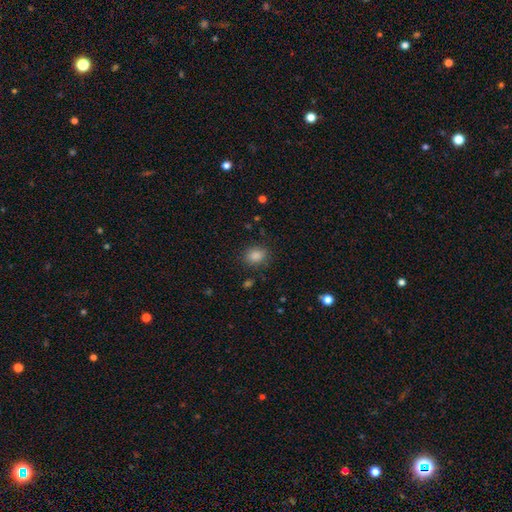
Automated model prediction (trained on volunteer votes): A smooth galaxy with no disk features (85%) that is in between round and cigar-shaped (50%).

Vote fractions:
- Smooth or featured? smooth: 85% / star or artifact: 10% / featured or disk: 4%
- How rounded? in between: 50% / round: 49% / cigar-shaped: 1%
- Merging? none: 84% / minor disturbance: 11% / major disturbance: 4% / merger: 1%